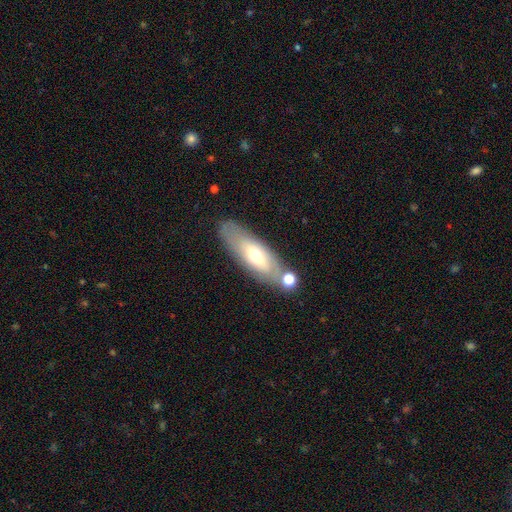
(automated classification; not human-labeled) This is possibly a featured or disk galaxy (50%). Merging: likely none (68%).